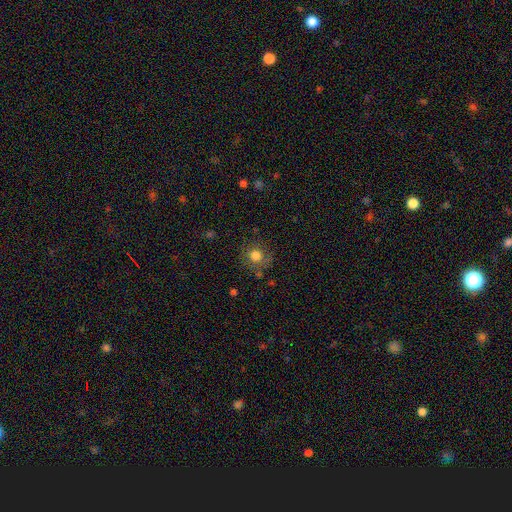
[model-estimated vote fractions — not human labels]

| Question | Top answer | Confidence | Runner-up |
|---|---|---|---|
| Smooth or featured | smooth | 76% | star or artifact (13%) |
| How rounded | round | 88% | in between (11%) |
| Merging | none | 76% | minor disturbance (15%) |